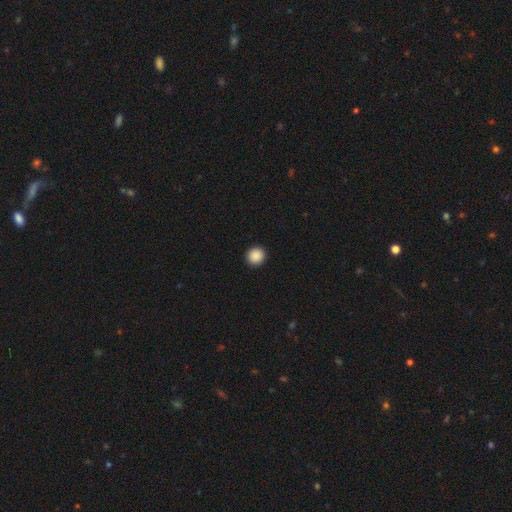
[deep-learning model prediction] Morphology: type=smooth (89%); roundness=round (94%); merging=none (94%).